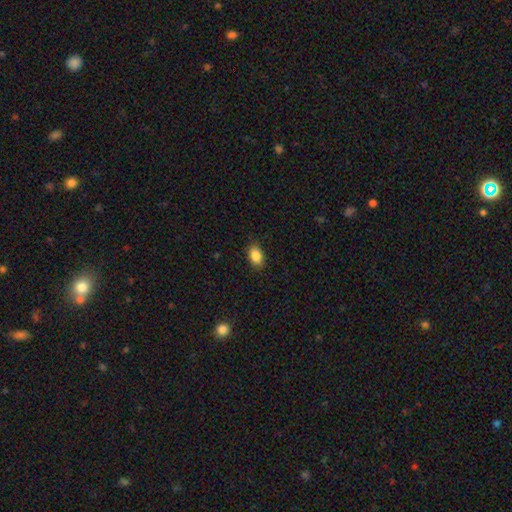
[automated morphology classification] smooth_or_featured: smooth (p=0.87) [alt: star or artifact p=0.08]
how_rounded: in between (p=0.85) [alt: round p=0.13]
merging: none (p=0.87) [alt: minor disturbance p=0.09]